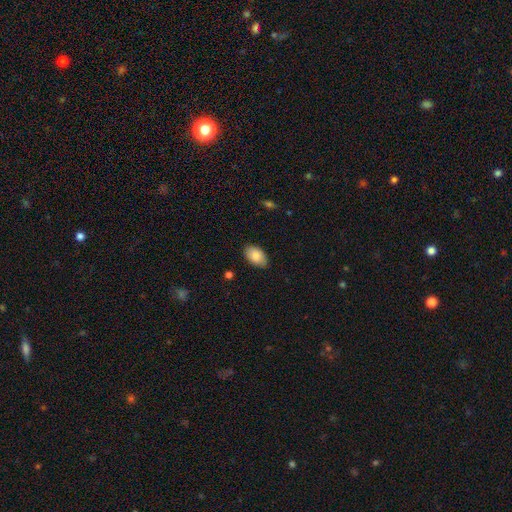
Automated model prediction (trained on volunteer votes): Overall: smooth (86%). How rounded: in between (93%). Merging: none (85%).